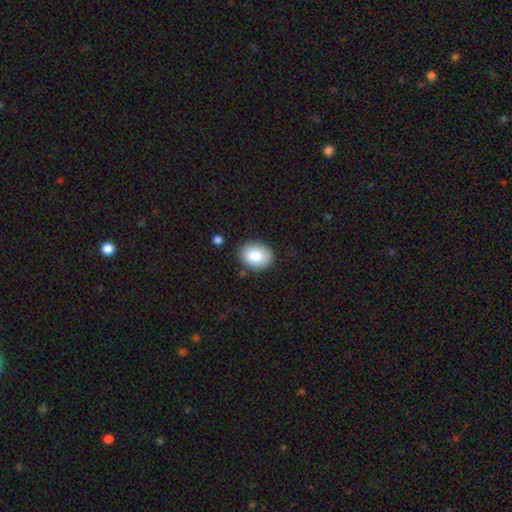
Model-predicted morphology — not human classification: Smooth or featured? smooth (84%)
How rounded? in between (69%)
Merging? none (85%)